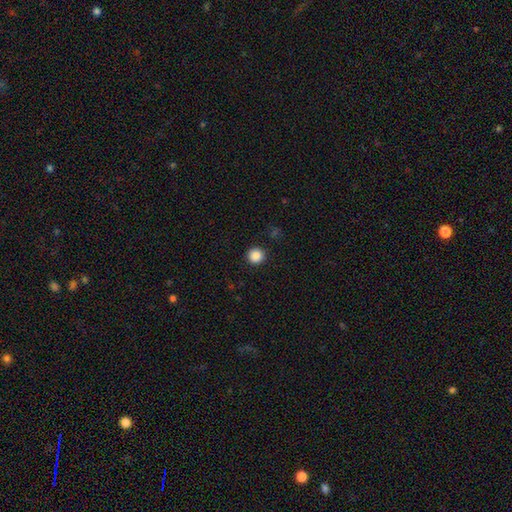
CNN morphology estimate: The model was most divided on "smooth or featured": smooth: 88%, star or artifact: 10%, featured or disk: 2%. More confident: how rounded — round (95%); merging — none (92%).